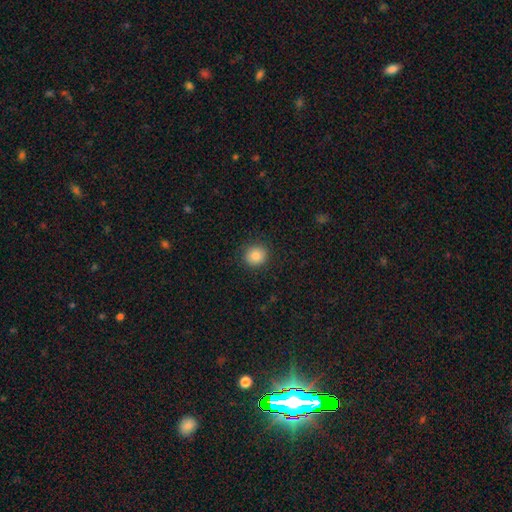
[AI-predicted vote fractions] The model was most divided on "smooth or featured": smooth: 85%, star or artifact: 10%, featured or disk: 5%. More confident: merging — none (90%); how rounded — round (87%).